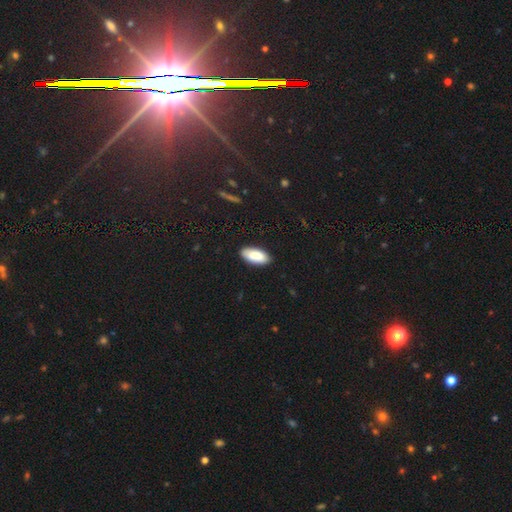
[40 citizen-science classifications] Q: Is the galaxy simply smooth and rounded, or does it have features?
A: smooth — 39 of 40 (98%).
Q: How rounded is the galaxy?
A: in between — 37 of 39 (95%).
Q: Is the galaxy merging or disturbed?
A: none — 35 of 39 (90%).